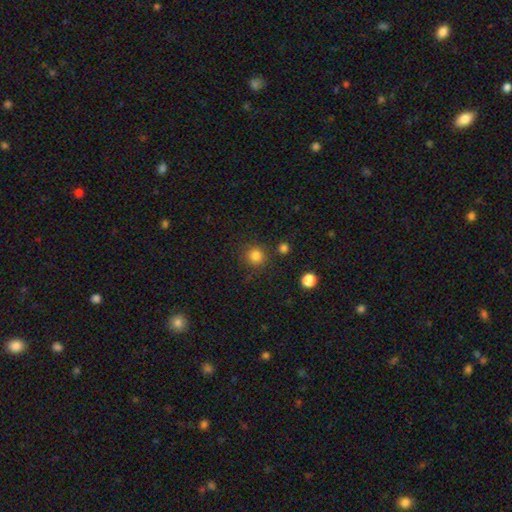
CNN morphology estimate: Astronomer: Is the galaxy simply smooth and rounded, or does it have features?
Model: smooth — 83%.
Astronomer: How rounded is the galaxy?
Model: round — 93%.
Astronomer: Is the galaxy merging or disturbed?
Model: none — 83%.